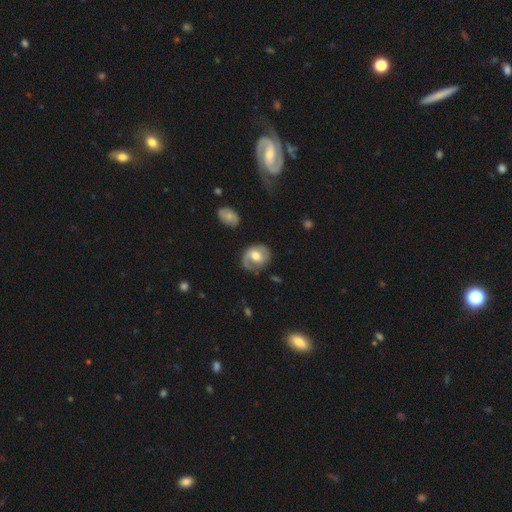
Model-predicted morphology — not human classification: Smooth or featured?
  - featured or disk: 69% *
  - smooth: 25%
  - star or artifact: 6%
Edge-on disk?
  - no: 97% *
  - yes: 3%
Bar?
  - no: 46% *
  - weak: 43%
  - strong: 11%
Spiral arms?
  - yes: 87% *
  - no: 13%
Spiral winding?
  - medium: 43% *
  - tight: 35%
  - loose: 23%
Spiral arm count?
  - 2: 51% *
  - 1: 39%
  - can't tell: 8%
  - 3: 1%
  - 4: 1%
  - more than 4: 1%
Bulge size?
  - moderate: 70% *
  - large: 14%
  - small: 13%
  - none: 2%
  - dominant: 1%
Merging?
  - none: 66% *
  - minor disturbance: 20%
  - major disturbance: 11%
  - merger: 2%